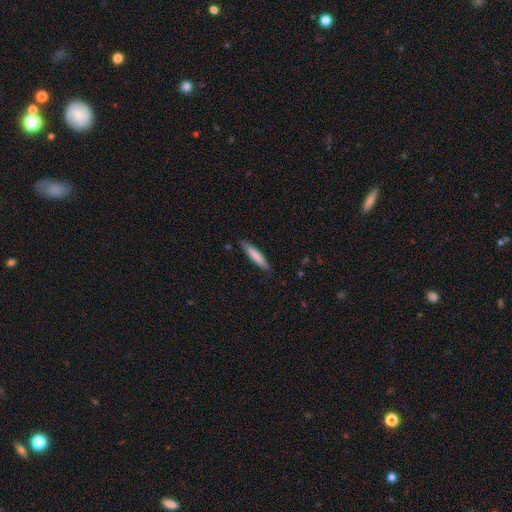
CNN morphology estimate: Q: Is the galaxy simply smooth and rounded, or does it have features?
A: smooth — 76%.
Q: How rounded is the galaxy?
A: cigar-shaped — 89%.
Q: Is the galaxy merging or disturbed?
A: none — 84%.